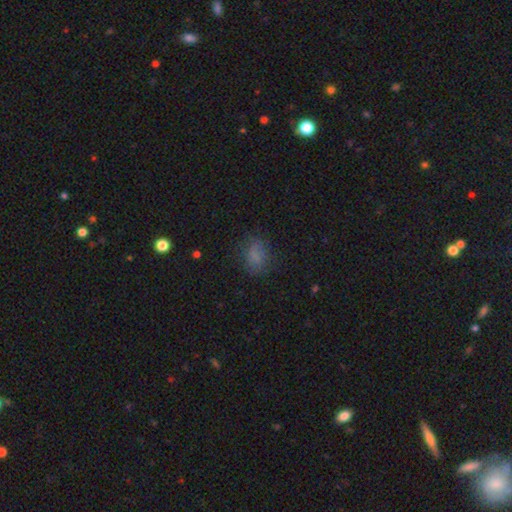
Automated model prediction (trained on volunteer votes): Morphology: type=smooth (74%); roundness=in between (71%); merging=none (70%).